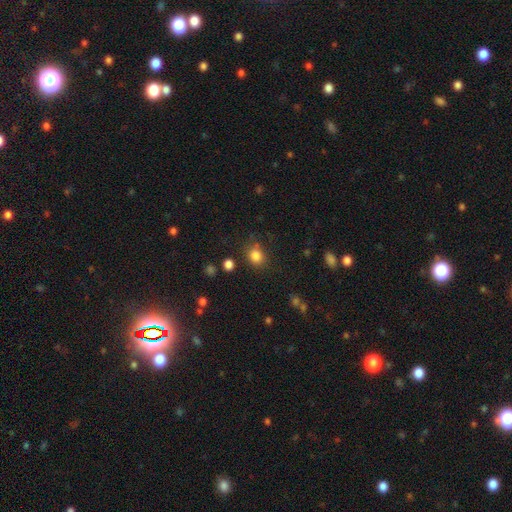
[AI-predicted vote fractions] The model was most divided on "how rounded": round: 70%, in between: 29%, cigar-shaped: 1%. More confident: smooth or featured — smooth (83%); merging — none (77%).